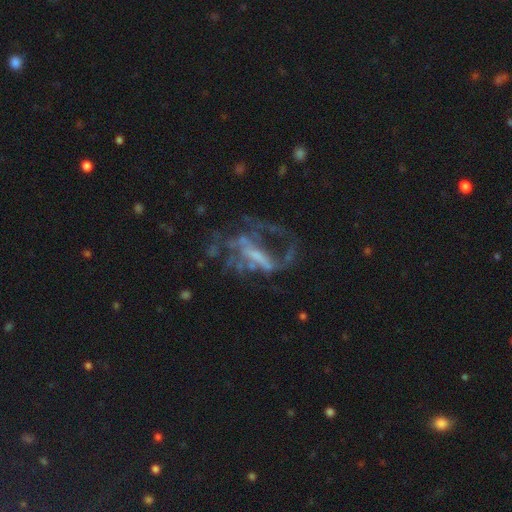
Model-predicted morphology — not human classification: Q: Smooth or featured?
A: featured or disk (73%); runner-up: star or artifact (14%)
Q: Edge-on disk?
A: no (94%); runner-up: yes (6%)
Q: Bar?
A: no (36%); runner-up: strong (33%)
Q: Spiral arms?
A: yes (54%); runner-up: no (46%)
Q: Bulge size?
A: none (42%); runner-up: small (28%)
Q: Merging?
A: major disturbance (48%); runner-up: none (32%)